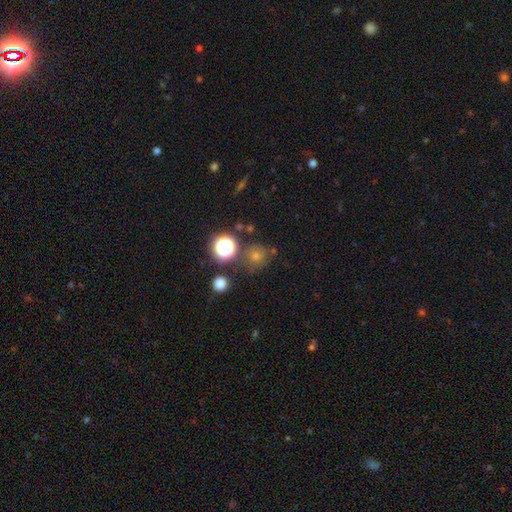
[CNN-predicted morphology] The model was most divided on "smooth or featured": smooth: 48%, star or artifact: 41%, featured or disk: 11%. More confident: merging — none (76%).